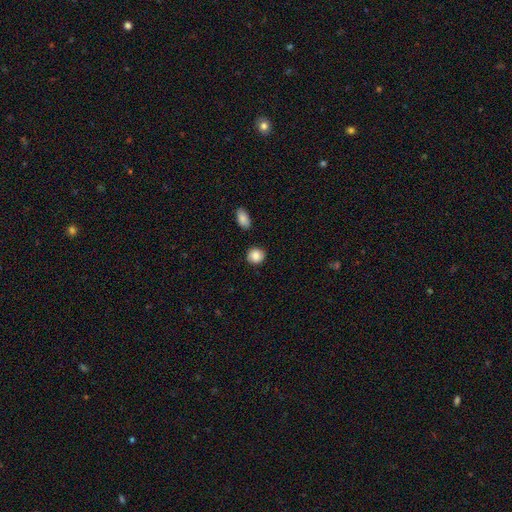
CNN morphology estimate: type=smooth (86%); roundness=round (82%); merging=none (85%).